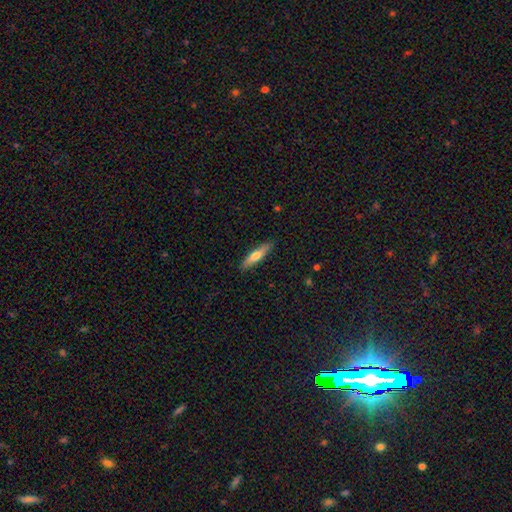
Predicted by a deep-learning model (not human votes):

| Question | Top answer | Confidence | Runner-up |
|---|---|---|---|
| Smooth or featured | smooth | 64% | featured or disk (31%) |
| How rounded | cigar-shaped | 82% | in between (17%) |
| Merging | none | 89% | minor disturbance (9%) |